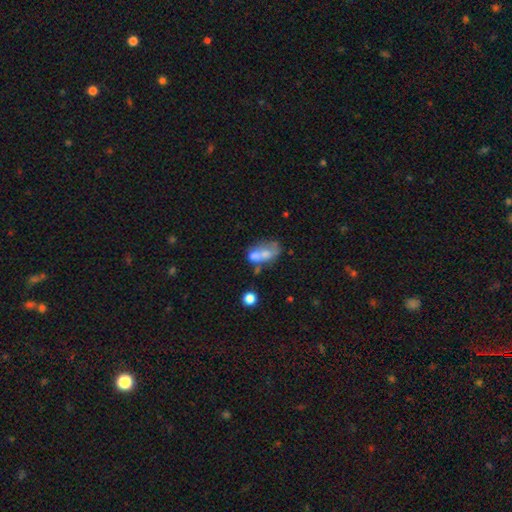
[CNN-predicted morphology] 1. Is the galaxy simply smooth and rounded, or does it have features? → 54% smooth, 35% featured or disk, 11% star or artifact.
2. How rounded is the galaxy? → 84% in between, 13% round, 4% cigar-shaped.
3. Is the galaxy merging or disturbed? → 45% merger, 23% none, 16% major disturbance, 16% minor disturbance.